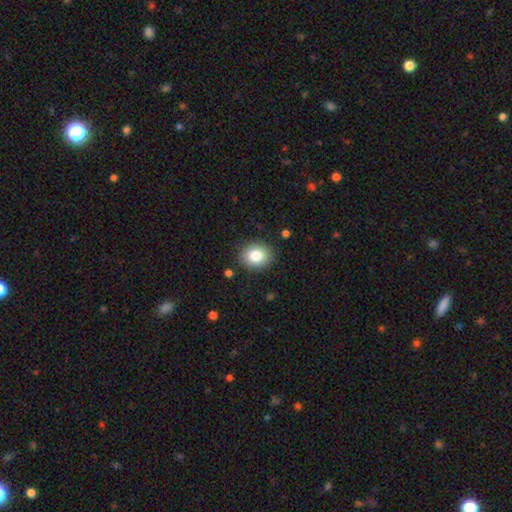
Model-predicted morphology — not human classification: Q: Smooth or featured?
A: smooth (83%); runner-up: star or artifact (9%)
Q: How rounded?
A: round (62%); runner-up: in between (37%)
Q: Merging?
A: none (87%); runner-up: minor disturbance (9%)